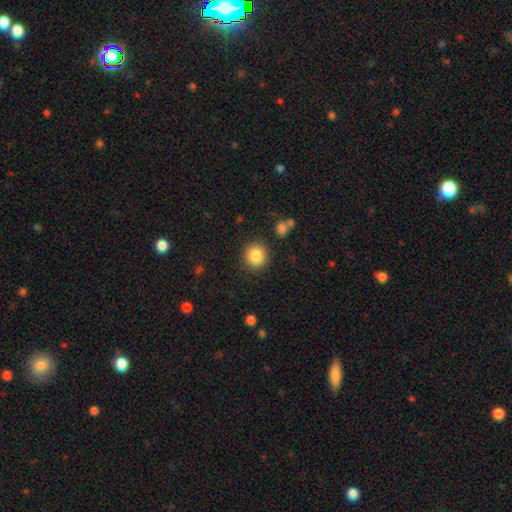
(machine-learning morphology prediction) Q: Smooth or featured?
A: smooth (85%); runner-up: star or artifact (9%)
Q: How rounded?
A: round (89%); runner-up: in between (10%)
Q: Merging?
A: none (88%); runner-up: minor disturbance (7%)